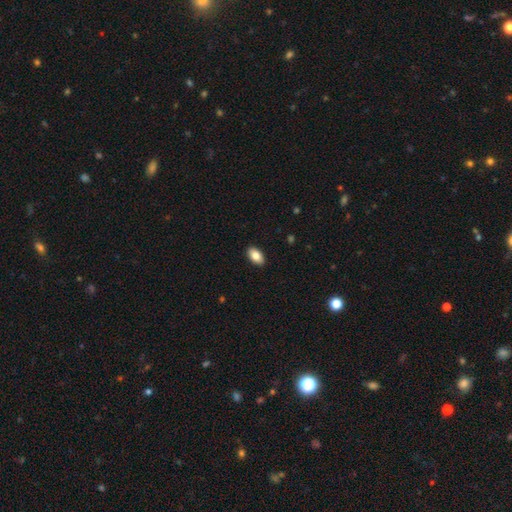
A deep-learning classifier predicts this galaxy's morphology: Smooth or featured? smooth (83%)
How rounded? in between (93%)
Merging? none (90%)